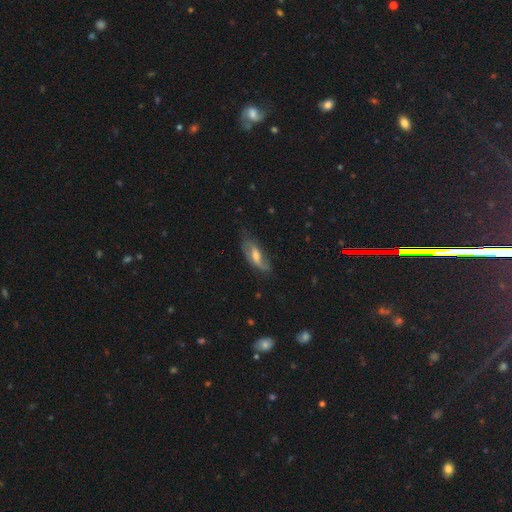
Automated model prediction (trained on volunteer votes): Overall: featured or disk (62%; smooth 31%). Edge-on disk: no (84%). Bar: weak (48%; no 33%). Spiral arms: yes (84%). Bulge size: moderate (52%; small 23%). Merging: none (57%; minor disturbance 27%).